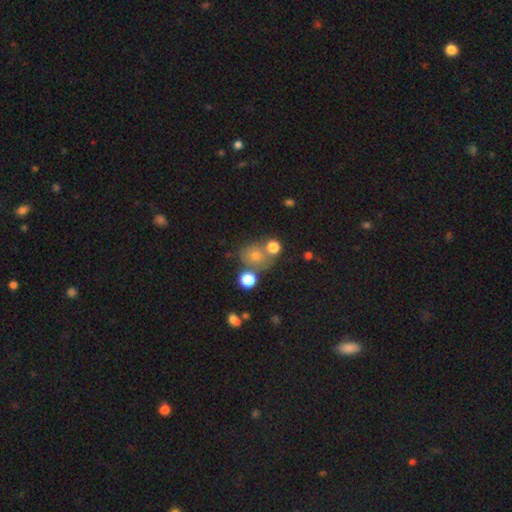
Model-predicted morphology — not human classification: A smooth galaxy with no disk features (65%) that is round (78%).

Vote fractions:
- Smooth or featured? smooth: 65% / star or artifact: 21% / featured or disk: 13%
- How rounded? round: 78% / in between: 20% / cigar-shaped: 1%
- Merging? none: 62% / merger: 21% / minor disturbance: 12% / major disturbance: 6%